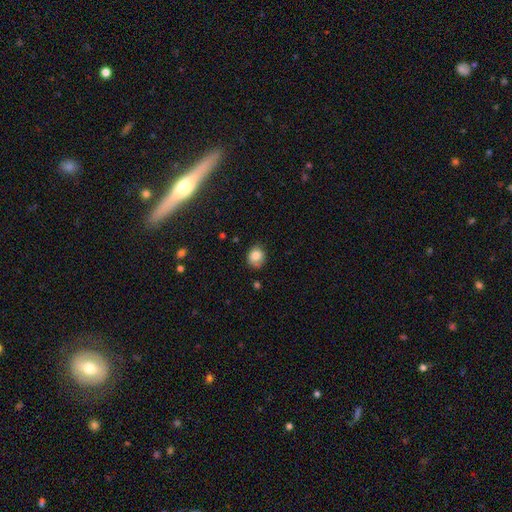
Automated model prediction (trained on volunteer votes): Smooth or featured? Predicted: smooth (p=0.82). How rounded? Predicted: round (p=0.69). Merging? Predicted: none (p=0.70).